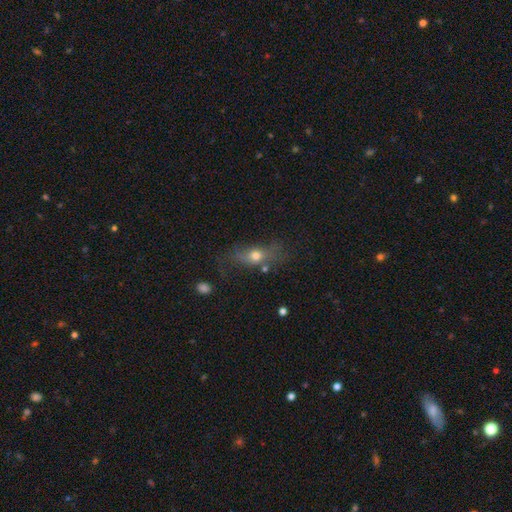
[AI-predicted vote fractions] A smooth galaxy with no disk features (61%) that is in between round and cigar-shaped (60%). Merging: none (47%).